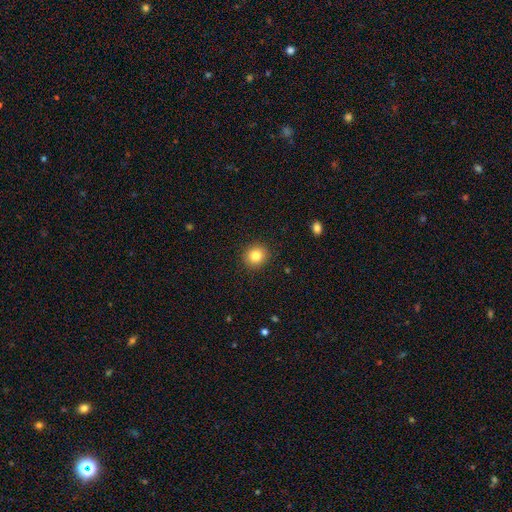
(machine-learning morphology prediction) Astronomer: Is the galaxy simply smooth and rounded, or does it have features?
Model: smooth — 83%.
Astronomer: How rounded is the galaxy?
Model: round — 85%.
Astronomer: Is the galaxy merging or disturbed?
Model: none — 91%.